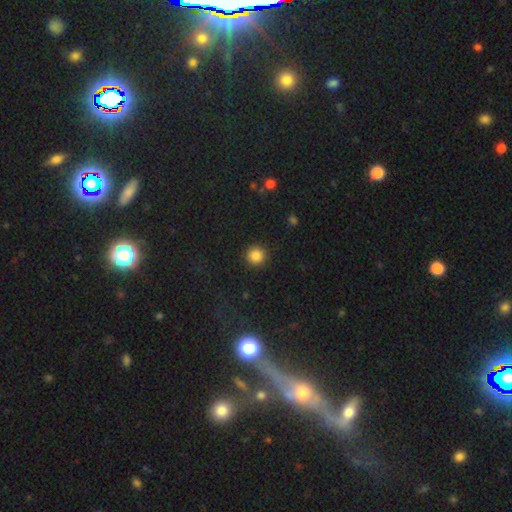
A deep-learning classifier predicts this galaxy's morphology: Smooth or featured?
  - smooth: 85% *
  - star or artifact: 11%
  - featured or disk: 4%
How rounded?
  - round: 95% *
  - in between: 4%
  - cigar-shaped: 1%
Merging?
  - none: 92% *
  - minor disturbance: 5%
  - major disturbance: 2%
  - merger: 1%